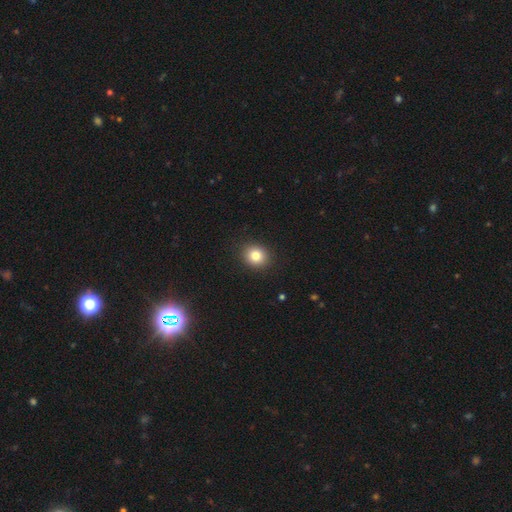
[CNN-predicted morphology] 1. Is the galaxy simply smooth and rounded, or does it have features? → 83% smooth, 10% star or artifact, 7% featured or disk.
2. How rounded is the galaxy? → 76% round, 24% in between, 1% cigar-shaped.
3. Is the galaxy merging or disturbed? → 91% none, 6% minor disturbance, 2% major disturbance, 1% merger.